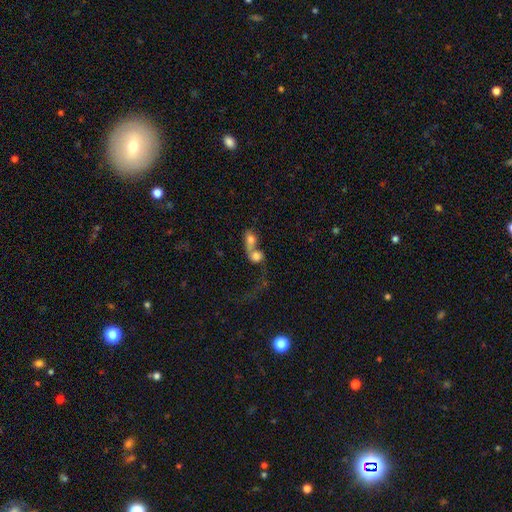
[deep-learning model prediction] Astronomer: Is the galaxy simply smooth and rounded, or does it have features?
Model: smooth — 66%.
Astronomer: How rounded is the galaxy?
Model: round — 52% (runner-up: in between, 45%).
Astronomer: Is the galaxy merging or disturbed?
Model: merger — 78%.